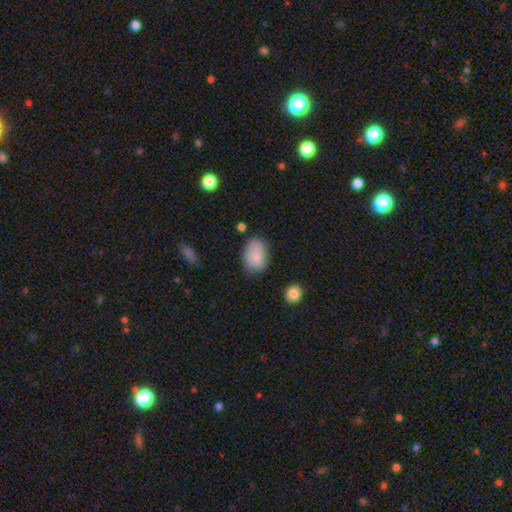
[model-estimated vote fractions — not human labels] smooth_or_featured: smooth (p=0.82) [alt: featured or disk p=0.11]
how_rounded: in between (p=0.83) [alt: round p=0.15]
merging: none (p=0.67) [alt: minor disturbance p=0.24]